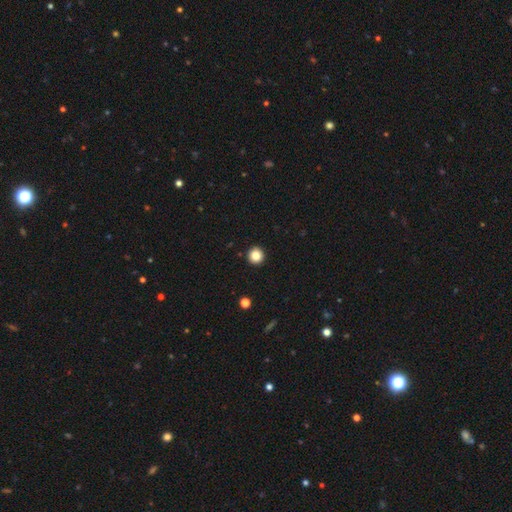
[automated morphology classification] Overall: smooth (84%). How rounded: round (96%). Merging: none (94%).